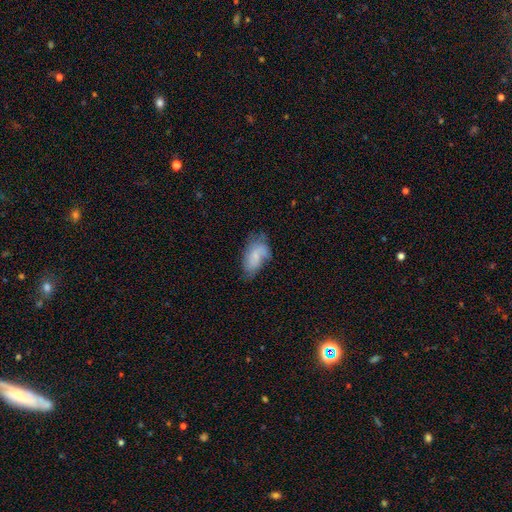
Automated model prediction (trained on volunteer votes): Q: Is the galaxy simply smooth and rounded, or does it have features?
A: smooth — 61%.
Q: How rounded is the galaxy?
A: in between — 92%.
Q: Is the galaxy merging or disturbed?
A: none — 45%.